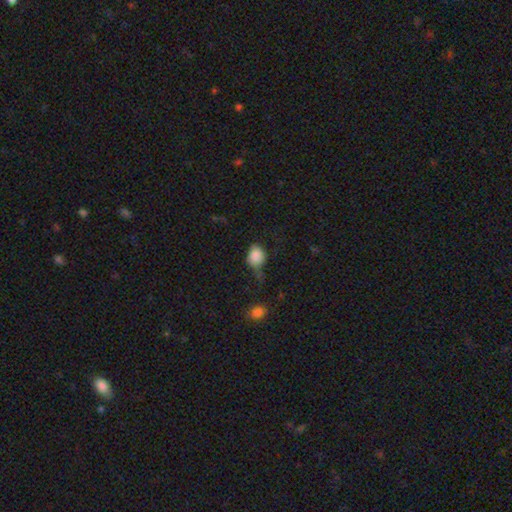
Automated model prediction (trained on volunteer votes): A smooth galaxy with no disk features (84%) that is round (58%). Merging: none (43%).